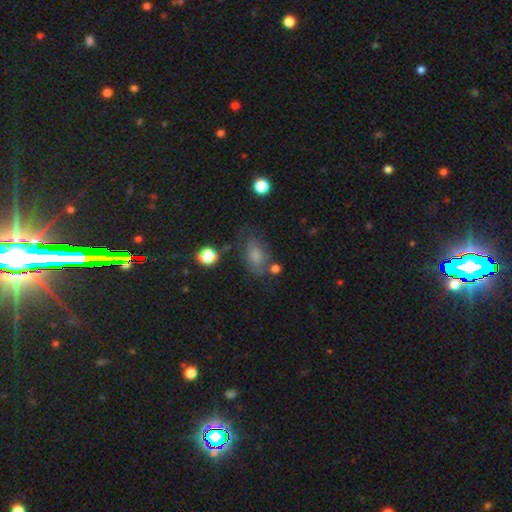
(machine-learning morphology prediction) Q: Smooth or featured?
A: smooth (66%); runner-up: featured or disk (21%)
Q: How rounded?
A: in between (82%); runner-up: round (15%)
Q: Merging?
A: none (56%); runner-up: minor disturbance (25%)